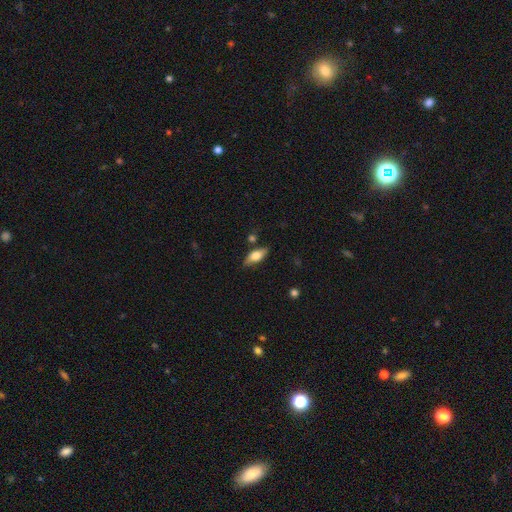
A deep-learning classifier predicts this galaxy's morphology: type=smooth (64%); roundness=in between (77%); merging=none (75%).